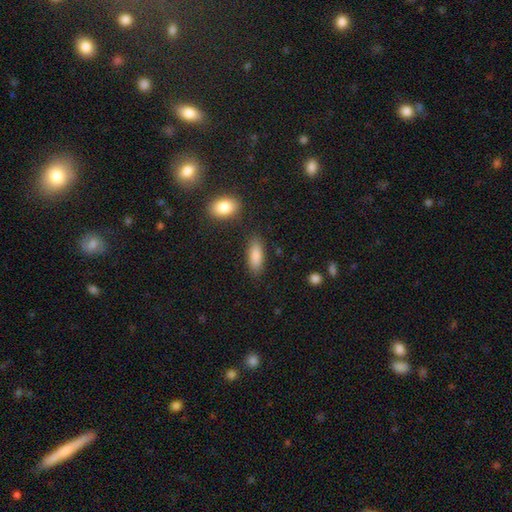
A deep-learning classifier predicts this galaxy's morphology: smooth_or_featured: smooth (p=0.86) [alt: featured or disk p=0.07]
how_rounded: in between (p=0.74) [alt: cigar-shaped p=0.24]
merging: none (p=0.82) [alt: minor disturbance p=0.11]